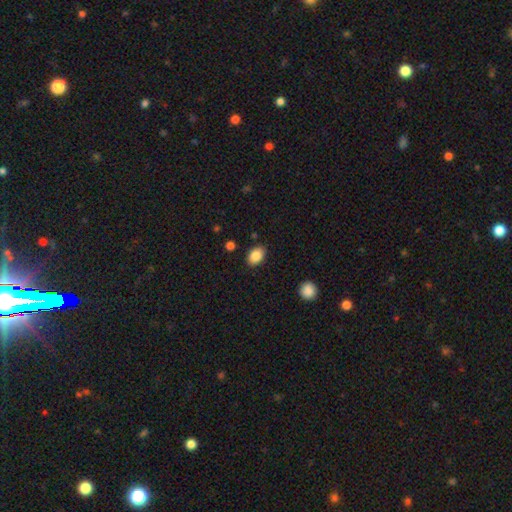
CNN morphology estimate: This appears to be a smooth galaxy with no disk features (87%) that is in between round and cigar-shaped (81%). Merging: none (87%).